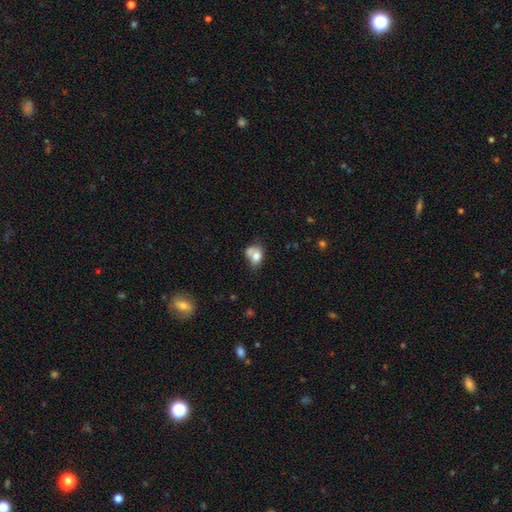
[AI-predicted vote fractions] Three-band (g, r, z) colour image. It shows a smooth galaxy with no disk features (73%) that is in between round and cigar-shaped (58%). Merging: merger (38%).